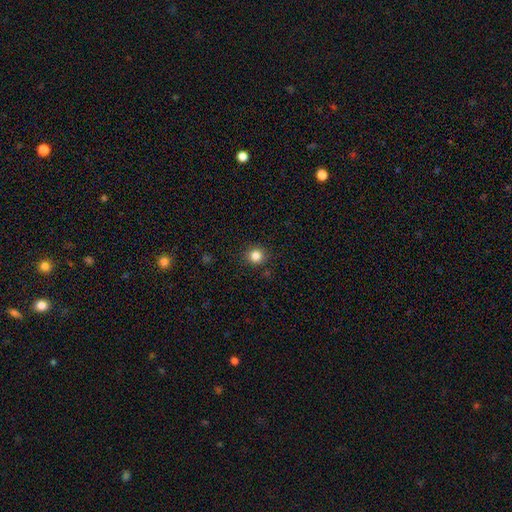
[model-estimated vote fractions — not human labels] smooth 83%, star or artifact 12%, featured or disk 5%. Down the decision tree: how rounded — round (92%); merging — none (91%).